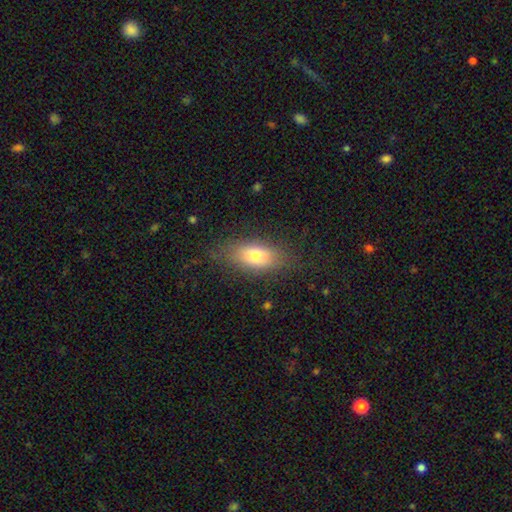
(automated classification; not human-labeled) smooth 73%, featured or disk 18%, star or artifact 9%. Down the decision tree: how rounded — in between (82%); merging — none (77%).